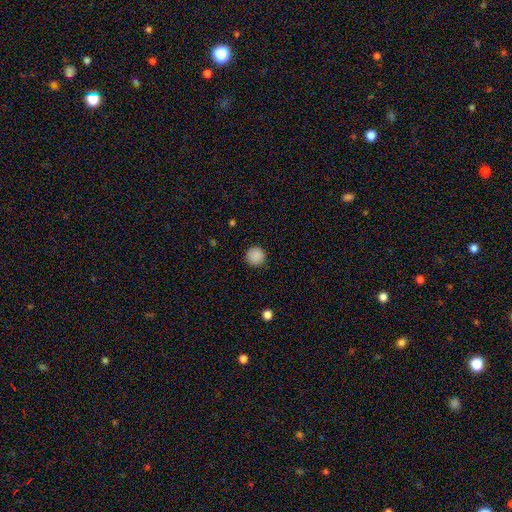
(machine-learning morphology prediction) Smooth or featured: smooth — 88% (star or artifact — 9%)
How rounded: round — 96% (in between — 3%)
Merging: none — 91% (minor disturbance — 6%)